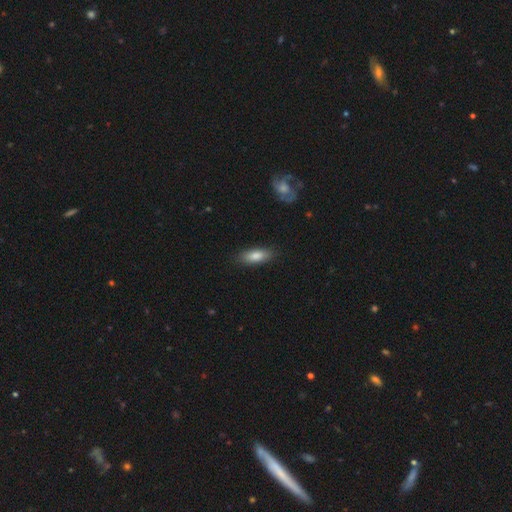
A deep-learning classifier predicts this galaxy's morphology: This is likely a smooth galaxy (78%). How rounded: likely in between (73%). Merging: clearly none (85%).